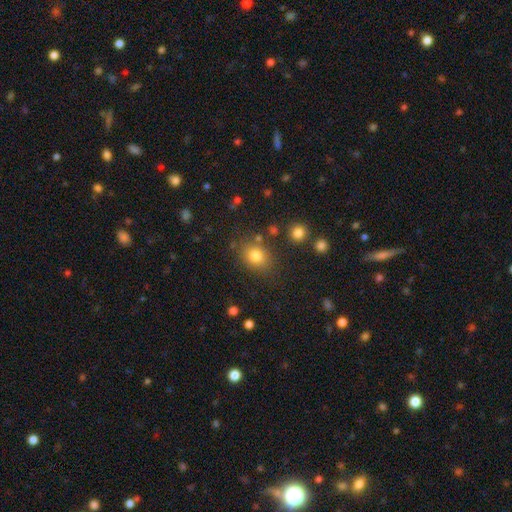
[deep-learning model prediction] Q: Smooth or featured?
A: smooth (79%); runner-up: star or artifact (13%)
Q: How rounded?
A: round (53%); runner-up: in between (46%)
Q: Merging?
A: none (78%); runner-up: minor disturbance (12%)